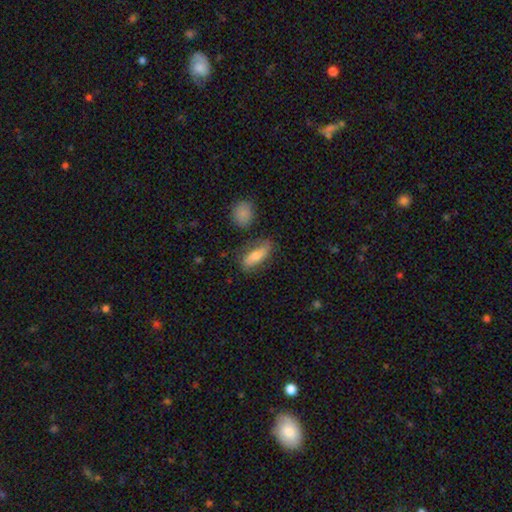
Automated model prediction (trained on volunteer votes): This is likely a smooth galaxy (63%). How rounded: likely in between (73%). Merging: likely none (70%).